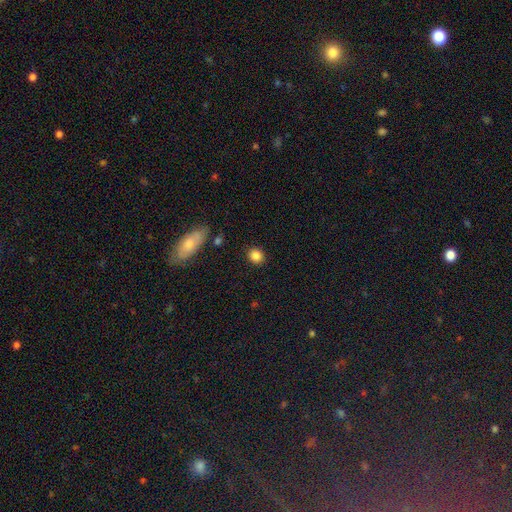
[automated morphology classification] Q: Smooth or featured?
A: smooth (85%); runner-up: star or artifact (10%)
Q: How rounded?
A: round (74%); runner-up: in between (25%)
Q: Merging?
A: none (88%); runner-up: minor disturbance (8%)